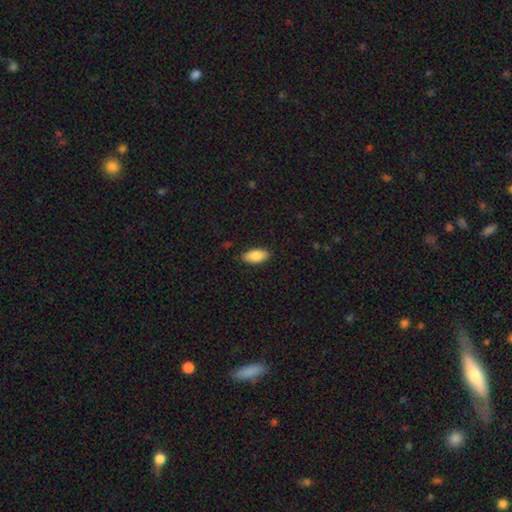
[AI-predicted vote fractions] A smooth galaxy with no disk features (85%) that is in between round and cigar-shaped (91%).

Vote fractions:
- Smooth or featured? smooth: 85% / featured or disk: 9% / star or artifact: 6%
- How rounded? in between: 91% / cigar-shaped: 7% / round: 3%
- Merging? none: 87% / minor disturbance: 10% / major disturbance: 2% / merger: 1%